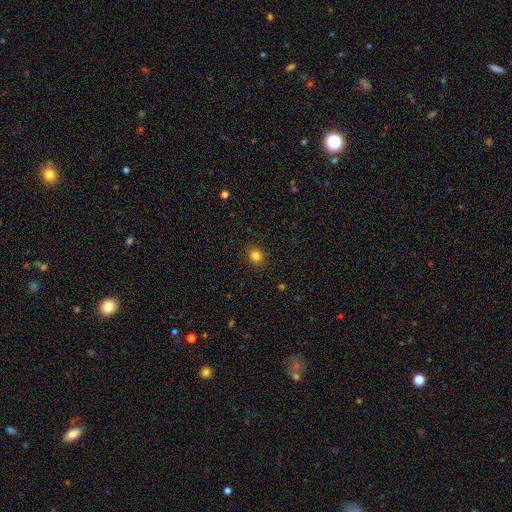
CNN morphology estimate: Smooth or featured?
  - smooth: 83% *
  - star or artifact: 13%
  - featured or disk: 5%
How rounded?
  - round: 78% *
  - in between: 21%
  - cigar-shaped: 1%
Merging?
  - none: 90% *
  - minor disturbance: 7%
  - major disturbance: 2%
  - merger: 1%